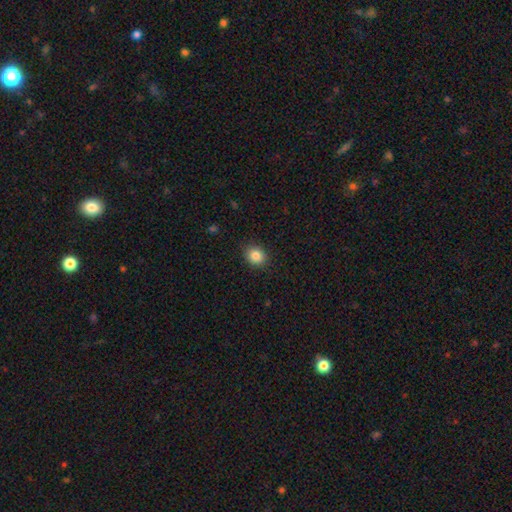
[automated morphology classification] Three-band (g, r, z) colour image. It shows a smooth galaxy with no disk features (85%) that is round (70%). Merging: none (88%).